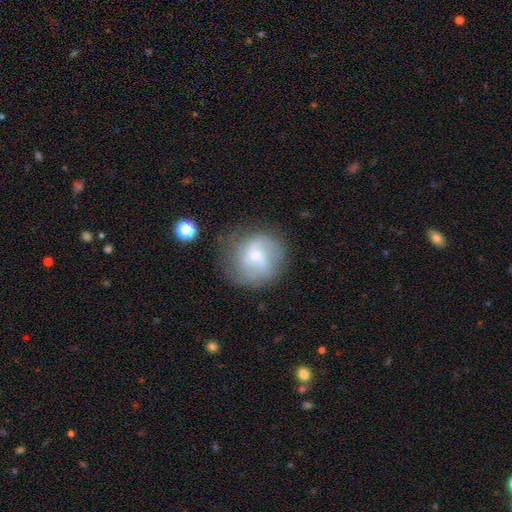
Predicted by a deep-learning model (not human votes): smooth_or_featured: featured or disk (p=0.69) [alt: smooth p=0.22]
disk_edge_on: no (p=0.98) [alt: yes p=0.02]
bar: no (p=0.52) [alt: weak p=0.41]
has_spiral_arms: yes (p=0.90) [alt: no p=0.10]
spiral_winding: medium (p=0.42) [alt: tight p=0.37]
spiral_arm_count: 2 (p=0.35) [alt: can't tell p=0.33]
bulge_size: small (p=0.68) [alt: moderate p=0.27]
merging: none (p=0.71) [alt: minor disturbance p=0.18]